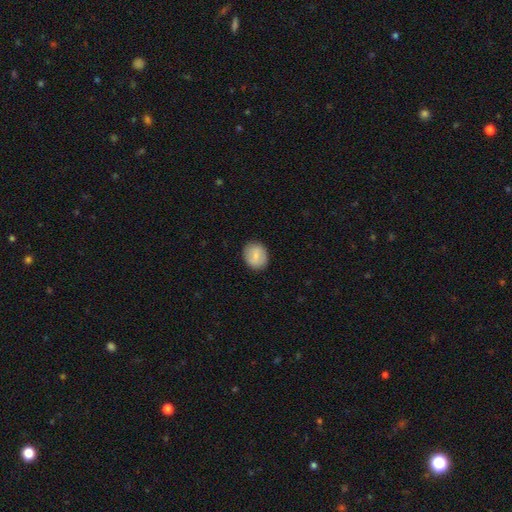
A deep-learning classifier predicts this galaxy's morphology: A smooth galaxy with no disk features (77%) that is round (66%).

Vote fractions:
- Smooth or featured? smooth: 77% / featured or disk: 16% / star or artifact: 7%
- How rounded? round: 66% / in between: 33% / cigar-shaped: 1%
- Merging? none: 88% / minor disturbance: 9% / major disturbance: 2% / merger: 1%